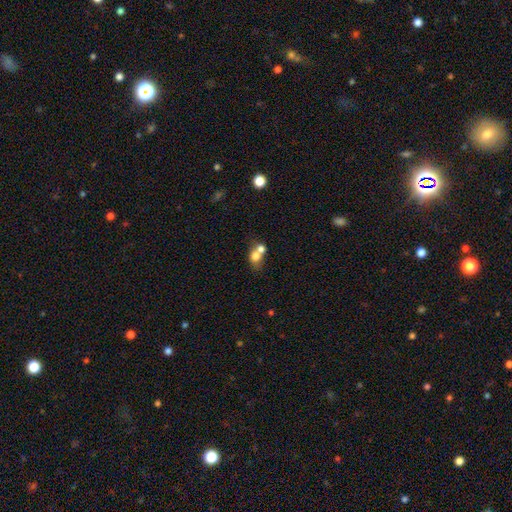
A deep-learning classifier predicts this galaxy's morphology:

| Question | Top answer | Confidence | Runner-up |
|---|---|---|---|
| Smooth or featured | smooth | 71% | featured or disk (18%) |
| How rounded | round | 57% | in between (41%) |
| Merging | merger | 61% | none (28%) |